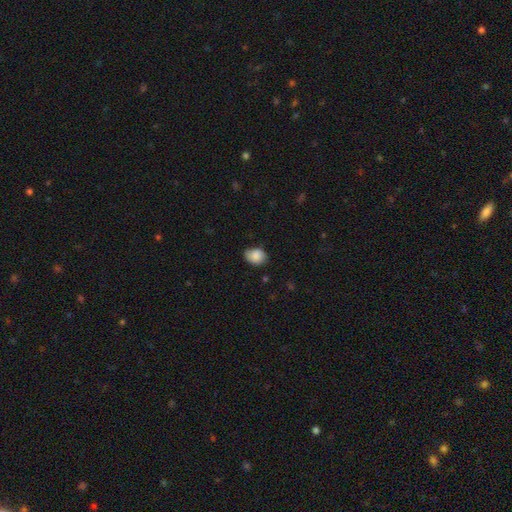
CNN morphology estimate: A smooth galaxy with no disk features (88%) that is in between round and cigar-shaped (53%).

Vote fractions:
- Smooth or featured? smooth: 88% / star or artifact: 8% / featured or disk: 5%
- How rounded? in between: 53% / round: 46% / cigar-shaped: 1%
- Merging? none: 73% / minor disturbance: 22% / major disturbance: 3% / merger: 1%